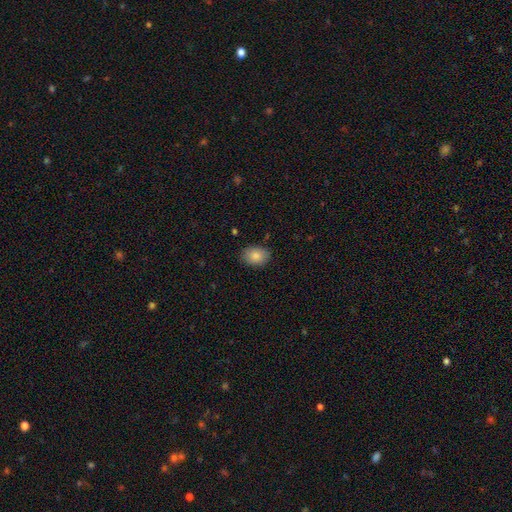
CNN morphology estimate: type=smooth (87%); roundness=in between (72%); merging=none (85%).